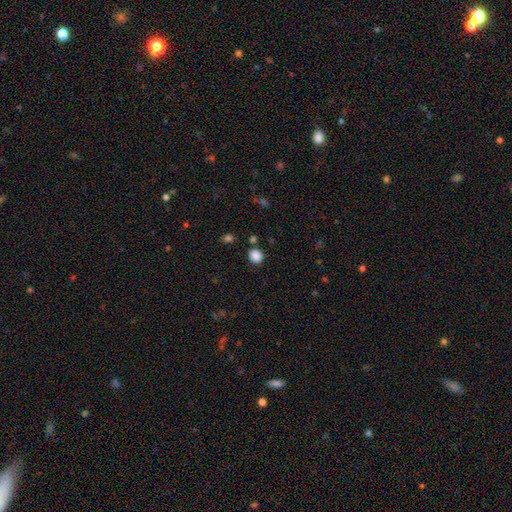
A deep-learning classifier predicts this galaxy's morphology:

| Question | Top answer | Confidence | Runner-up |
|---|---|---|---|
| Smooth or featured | smooth | 86% | star or artifact (10%) |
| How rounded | round | 81% | in between (18%) |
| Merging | none | 84% | minor disturbance (9%) |